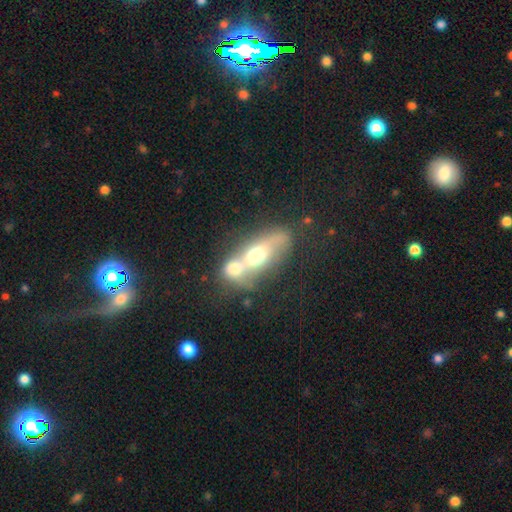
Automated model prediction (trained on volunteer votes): This is possibly a smooth galaxy (52%). How rounded: likely in between (70%). Merging: likely merger (71%).